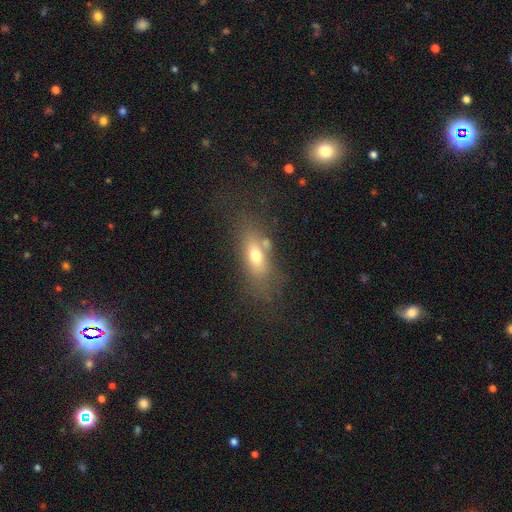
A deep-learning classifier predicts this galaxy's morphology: A smooth galaxy with no disk features (65%) that is in between round and cigar-shaped (74%). Merging: none (57%).